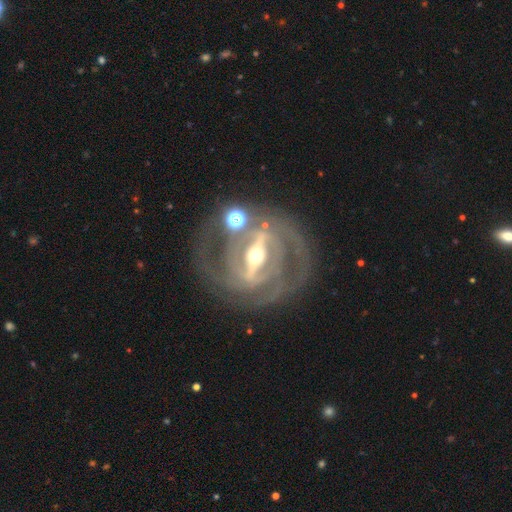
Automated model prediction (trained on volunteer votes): Smooth or featured? featured or disk (89%)
Edge-on disk? no (92%)
Bar? strong (80%)
Spiral arms? yes (88%)
Spiral winding? tight (59%)
Spiral arm count? 2 (47%)
Bulge size? moderate (59%)
Merging? none (70%)